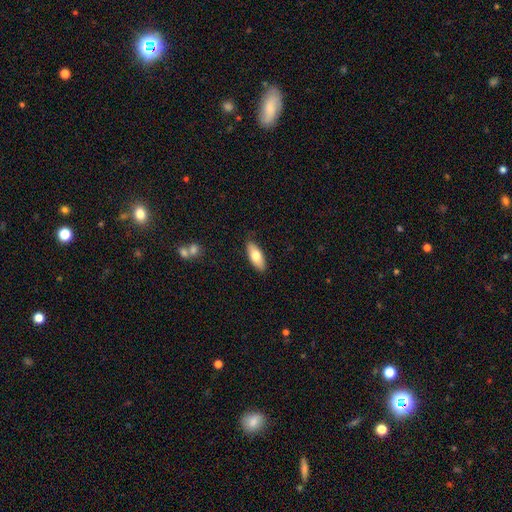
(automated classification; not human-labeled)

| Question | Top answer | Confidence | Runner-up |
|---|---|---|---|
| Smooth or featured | smooth | 76% | featured or disk (18%) |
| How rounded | in between | 78% | cigar-shaped (20%) |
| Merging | none | 87% | minor disturbance (10%) |